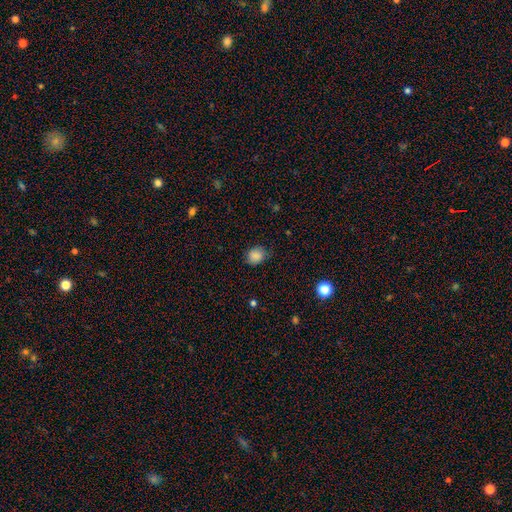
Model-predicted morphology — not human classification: Smooth or featured? Predicted: smooth (p=0.86). How rounded? Predicted: round (p=0.63). Merging? Predicted: none (p=0.72).